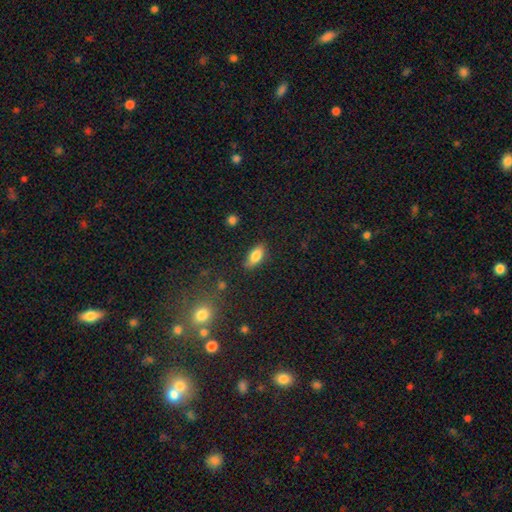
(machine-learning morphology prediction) type=smooth (82%); roundness=in between (84%); merging=none (82%).